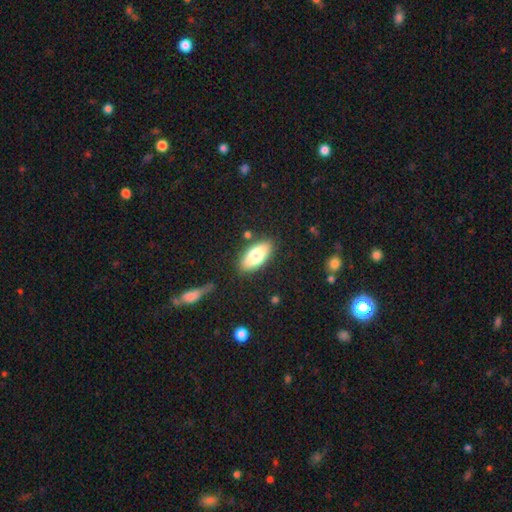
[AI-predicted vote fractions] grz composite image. It shows a smooth galaxy with no disk features (77%) that is in between round and cigar-shaped (87%). Merging: none (84%).